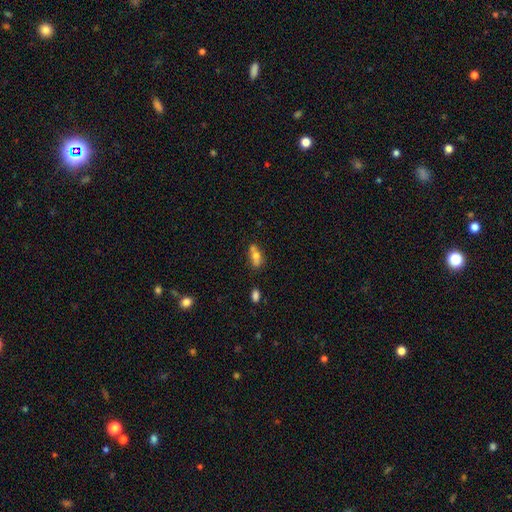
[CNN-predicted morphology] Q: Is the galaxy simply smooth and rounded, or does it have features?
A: smooth — 63%.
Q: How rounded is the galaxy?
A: in between — 73%.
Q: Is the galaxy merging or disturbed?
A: none — 51%.